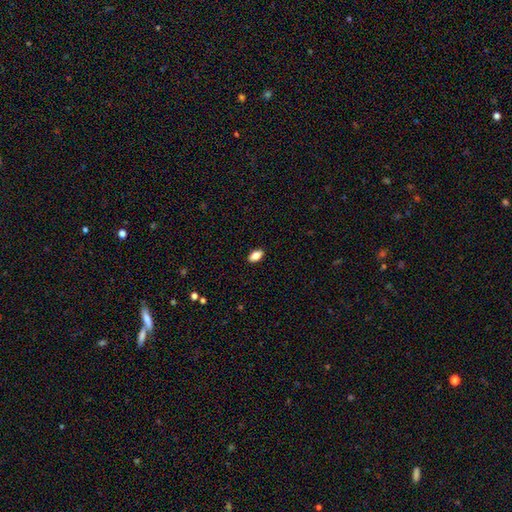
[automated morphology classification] Overall: smooth (83%). How rounded: in between (91%). Merging: none (89%).